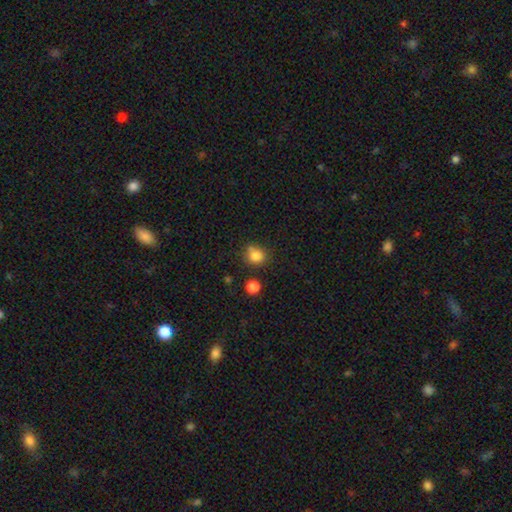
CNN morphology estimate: Smooth or featured? Predicted: smooth (p=0.82). How rounded? Predicted: round (p=0.80). Merging? Predicted: none (p=0.66).